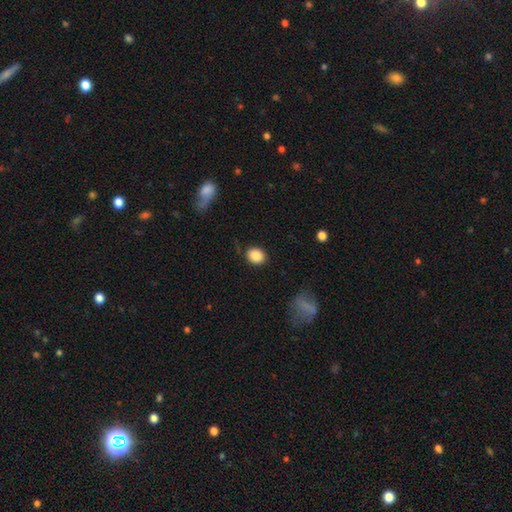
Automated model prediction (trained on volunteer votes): Smooth or featured? Predicted: smooth (p=0.87). How rounded? Predicted: round (p=0.63). Merging? Predicted: none (p=0.81).